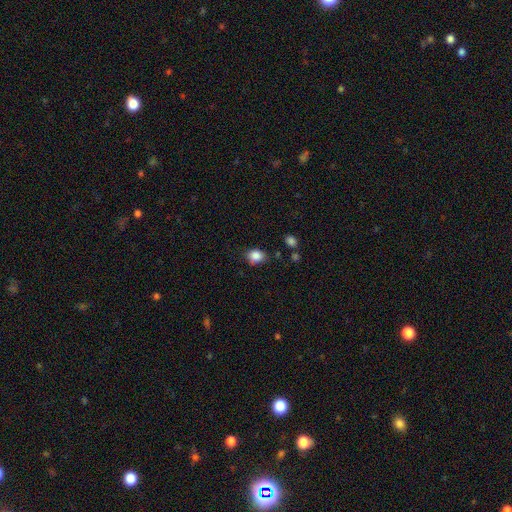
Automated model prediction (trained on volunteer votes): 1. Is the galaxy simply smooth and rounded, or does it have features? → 86% smooth, 10% star or artifact, 5% featured or disk.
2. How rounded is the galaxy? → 50% in between, 49% round, 1% cigar-shaped.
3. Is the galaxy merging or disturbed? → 74% none, 19% minor disturbance, 4% major disturbance, 3% merger.